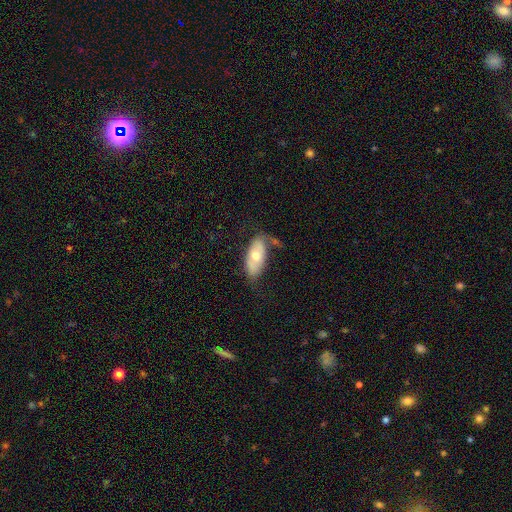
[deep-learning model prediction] The model was most divided on "smooth or featured": smooth: 57%, featured or disk: 37%, star or artifact: 6%. More confident: how rounded — in between (89%); merging — none (52%).